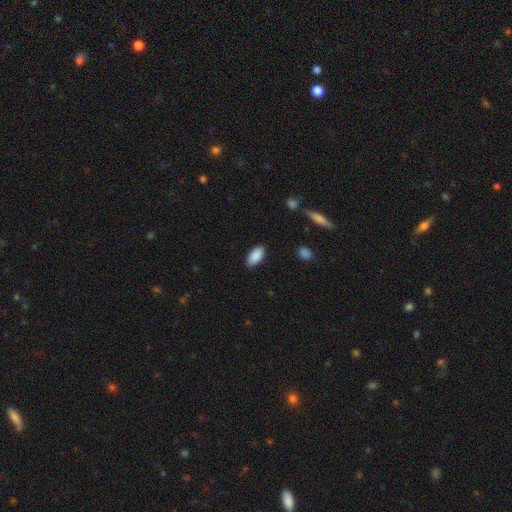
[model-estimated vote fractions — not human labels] Overall: smooth (89%). How rounded: in between (93%). Merging: none (86%).